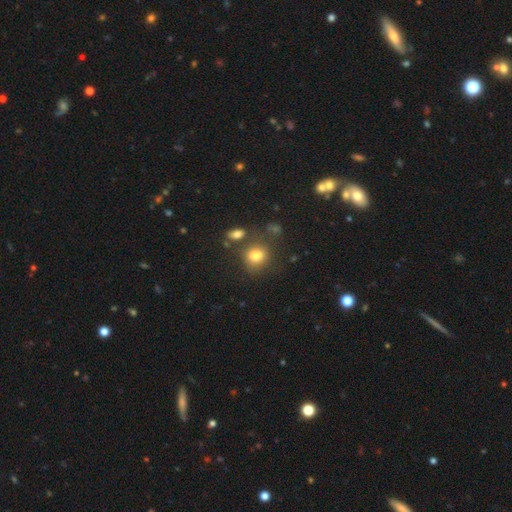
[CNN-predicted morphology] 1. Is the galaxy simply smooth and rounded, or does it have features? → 80% smooth, 12% star or artifact, 9% featured or disk.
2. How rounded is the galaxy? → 68% round, 31% in between, 1% cigar-shaped.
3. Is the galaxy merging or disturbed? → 66% none, 15% minor disturbance, 12% merger, 6% major disturbance.